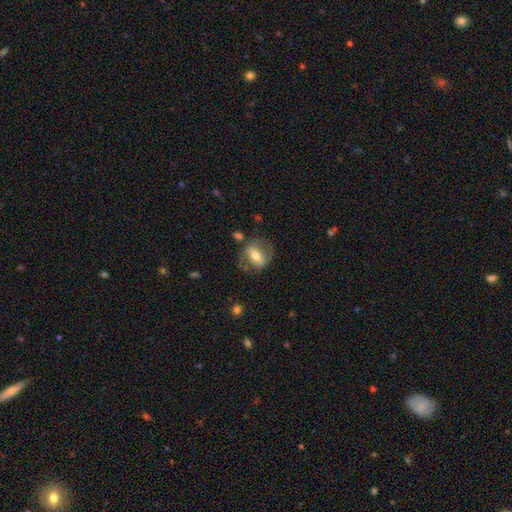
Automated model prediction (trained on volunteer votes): The model was most divided on "bar": strong: 46%, weak: 32%, no: 22%. More confident: edge-on disk — no (92%); bulge size — moderate (71%); merging — none (64%); spiral arms — yes (60%); smooth or featured — featured or disk (59%).